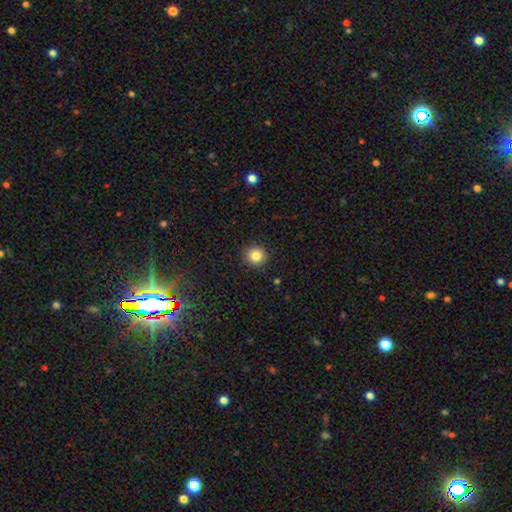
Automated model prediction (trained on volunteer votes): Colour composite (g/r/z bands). It shows a smooth galaxy with no disk features (84%) that is round (94%). Merging: none (92%).